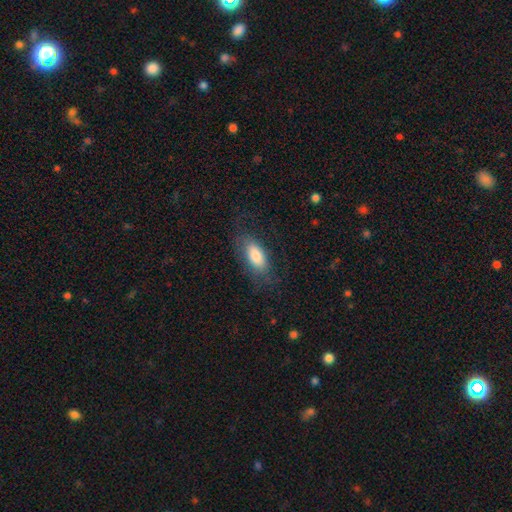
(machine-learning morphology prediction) type=smooth (75%); roundness=in between (86%); merging=none (69%).